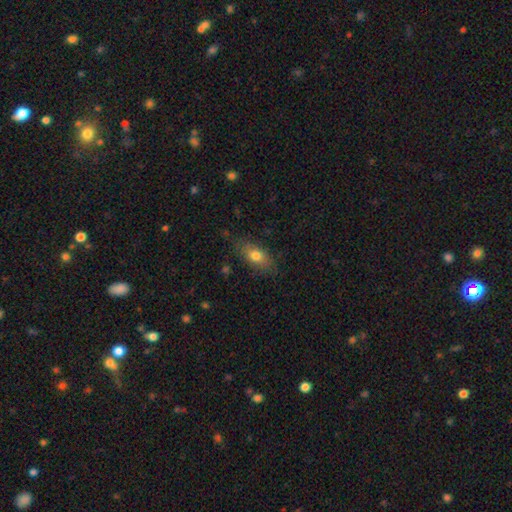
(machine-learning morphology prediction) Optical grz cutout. It shows a smooth galaxy with no disk features (77%) that is in between round and cigar-shaped (82%). Merging: none (78%).